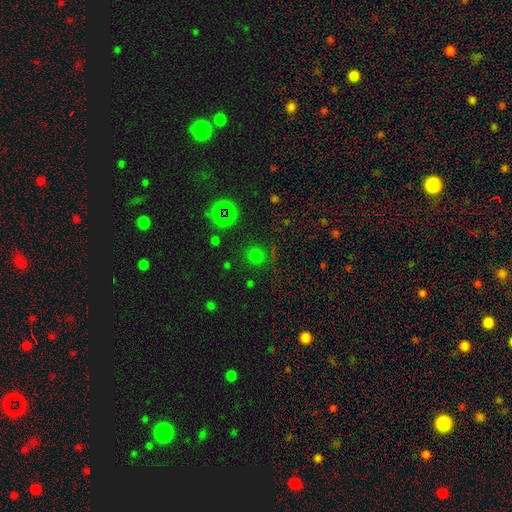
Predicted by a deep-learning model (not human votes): This is possibly a smooth galaxy (59%). How rounded: clearly round (91%). Merging: clearly none (82%).